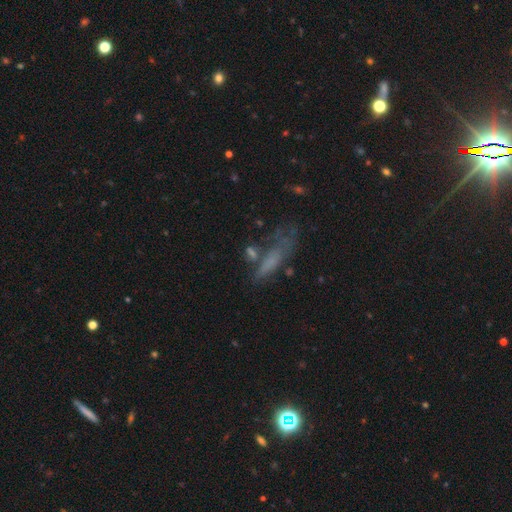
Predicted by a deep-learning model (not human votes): smooth 56%, featured or disk 29%, star or artifact 15%. Down the decision tree: how rounded — cigar-shaped (61%); merging — none (38%).